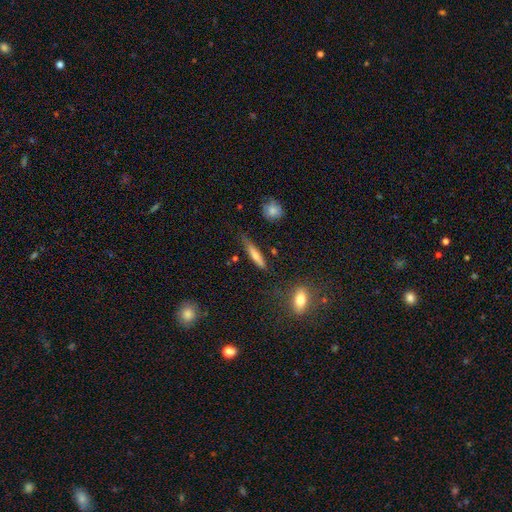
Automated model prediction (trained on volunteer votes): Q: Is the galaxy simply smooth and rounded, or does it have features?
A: smooth — 63%.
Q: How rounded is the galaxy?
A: cigar-shaped — 84%.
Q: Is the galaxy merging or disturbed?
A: none — 68%.